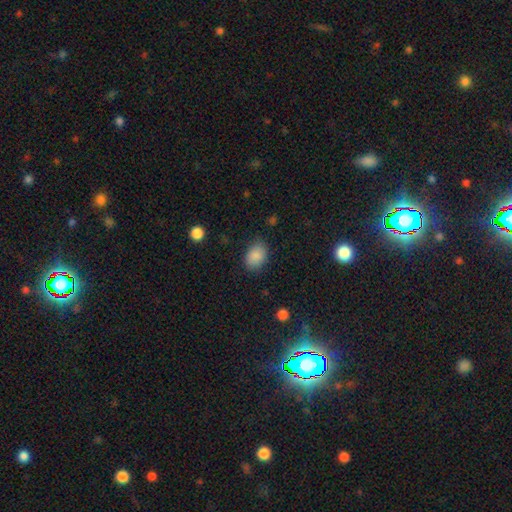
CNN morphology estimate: type=smooth (88%); roundness=in between (72%); merging=none (80%).